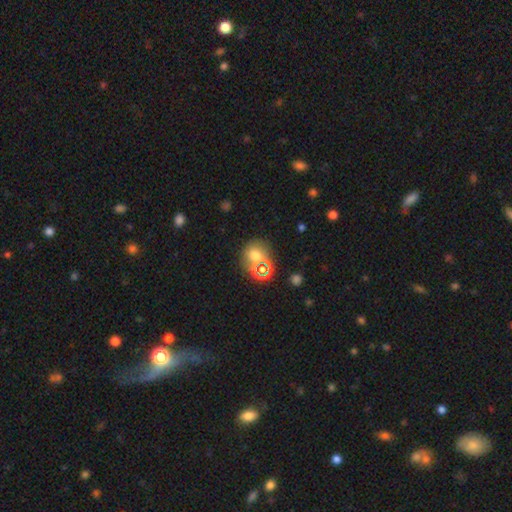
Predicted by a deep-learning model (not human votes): This appears to be a smooth galaxy with no disk features (64%) that is round (74%). Merging: none (60%).